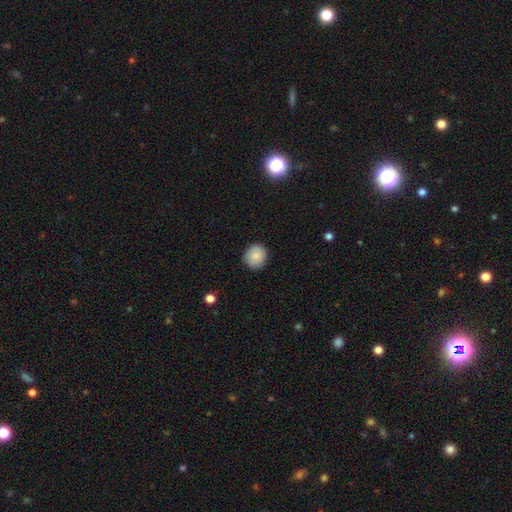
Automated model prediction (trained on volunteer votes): The model was most divided on "smooth or featured": smooth: 83%, featured or disk: 10%, star or artifact: 7%. More confident: merging — none (87%); how rounded — round (86%).